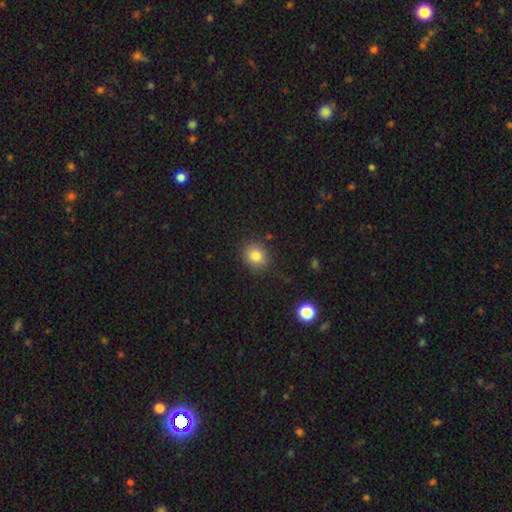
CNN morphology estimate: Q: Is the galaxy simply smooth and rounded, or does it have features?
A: smooth — 82%.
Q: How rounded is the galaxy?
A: round — 74%.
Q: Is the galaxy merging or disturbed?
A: none — 87%.